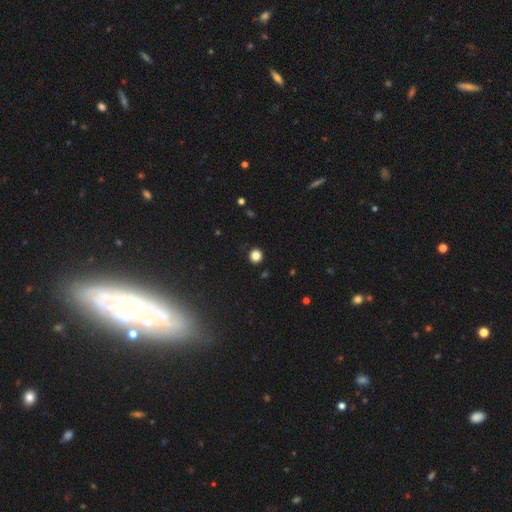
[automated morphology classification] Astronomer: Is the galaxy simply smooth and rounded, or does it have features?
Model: smooth — 83%.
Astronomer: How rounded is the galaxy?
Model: round — 92%.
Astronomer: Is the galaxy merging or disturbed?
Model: none — 92%.